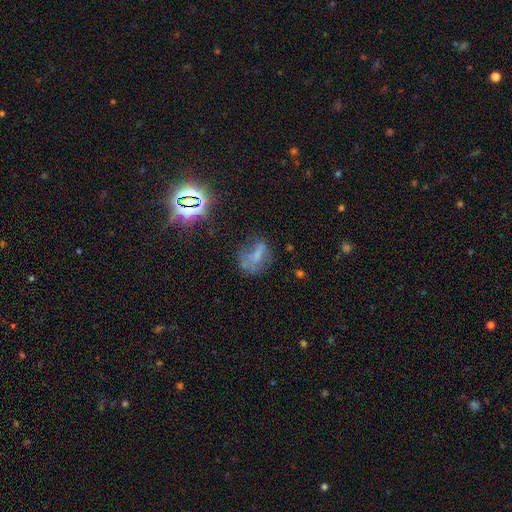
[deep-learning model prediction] A smooth galaxy with no disk features (38%).

Vote fractions:
- Smooth or featured? smooth: 38% / featured or disk: 34% / star or artifact: 28%
- Merging? none: 40% / major disturbance: 30% / minor disturbance: 24% / merger: 7%